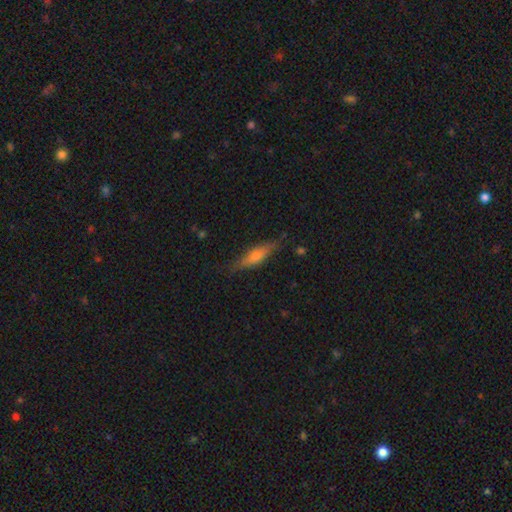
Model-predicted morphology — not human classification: smooth_or_featured: smooth (p=0.56) [alt: featured or disk p=0.37]
how_rounded: cigar-shaped (p=0.65) [alt: in between p=0.33]
merging: none (p=0.78) [alt: minor disturbance p=0.17]